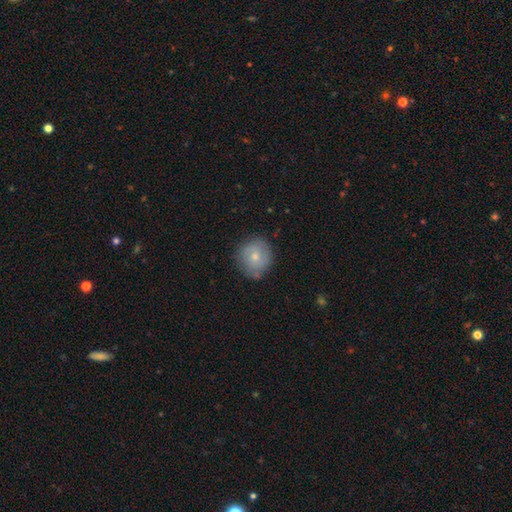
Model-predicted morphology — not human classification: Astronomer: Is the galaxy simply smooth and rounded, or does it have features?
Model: smooth — 57% (runner-up: featured or disk, 35%).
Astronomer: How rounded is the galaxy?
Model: round — 87%.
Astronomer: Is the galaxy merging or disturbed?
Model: none — 76%.